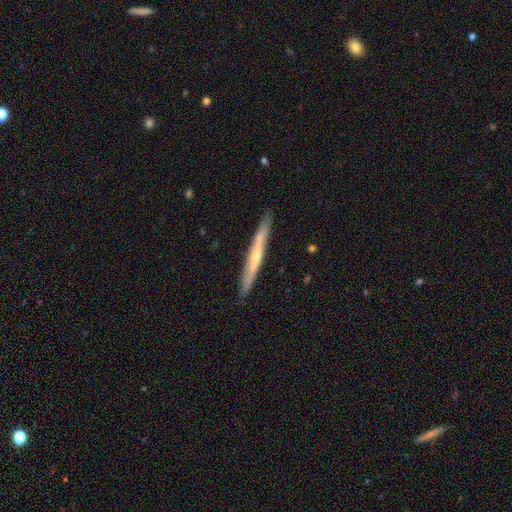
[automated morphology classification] Smooth or featured? featured or disk (57%)
Edge-on disk? yes (91%)
Edge-on bulge? none (54%)
Merging? none (87%)